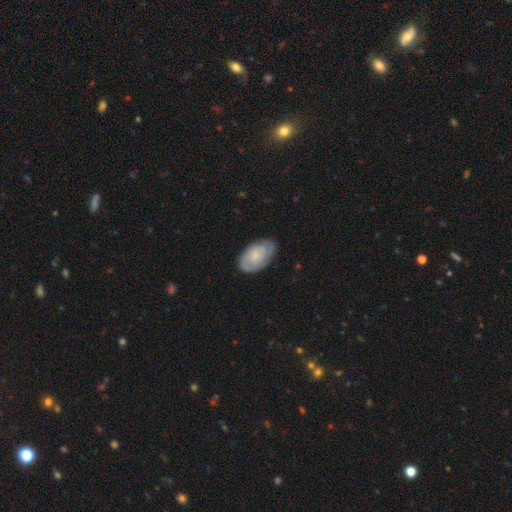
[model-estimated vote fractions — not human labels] Smooth or featured?
  - featured or disk: 48% *
  - smooth: 46%
  - star or artifact: 6%
Merging?
  - none: 78% *
  - minor disturbance: 17%
  - major disturbance: 4%
  - merger: 1%